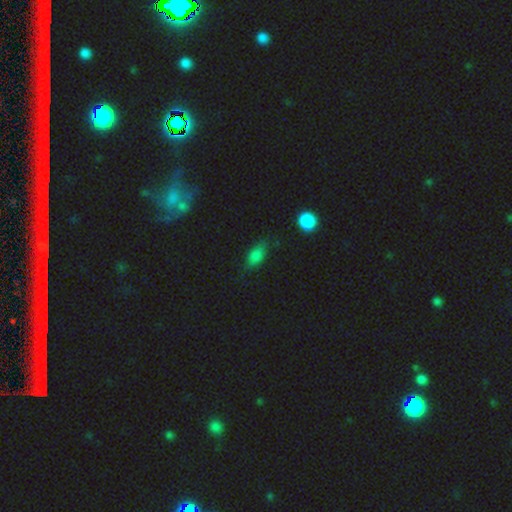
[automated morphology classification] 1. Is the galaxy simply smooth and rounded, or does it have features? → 79% smooth, 12% star or artifact, 9% featured or disk.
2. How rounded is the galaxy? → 85% in between, 8% cigar-shaped, 8% round.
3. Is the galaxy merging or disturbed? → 71% none, 21% minor disturbance, 6% major disturbance, 2% merger.